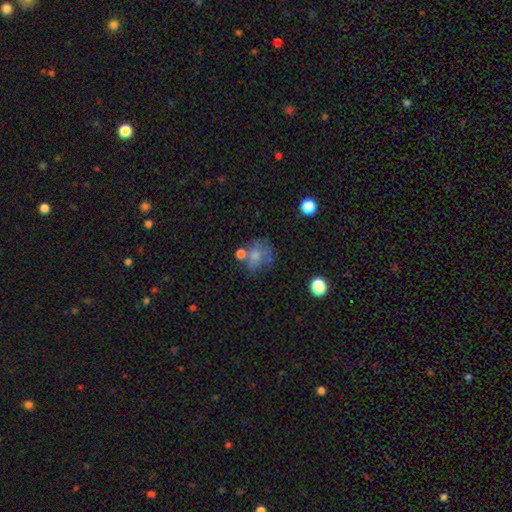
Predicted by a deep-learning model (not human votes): Q: Smooth or featured?
A: smooth (60%); runner-up: featured or disk (27%)
Q: How rounded?
A: round (62%); runner-up: in between (37%)
Q: Merging?
A: none (42%); runner-up: minor disturbance (21%)